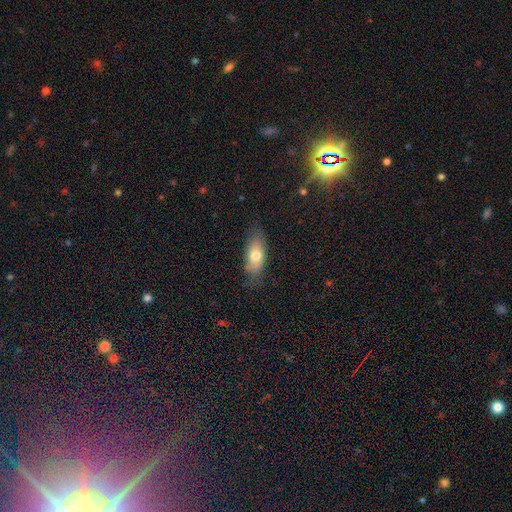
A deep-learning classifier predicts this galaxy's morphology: smooth 69%, featured or disk 23%, star or artifact 8%. Down the decision tree: how rounded — in between (81%); merging — none (71%).